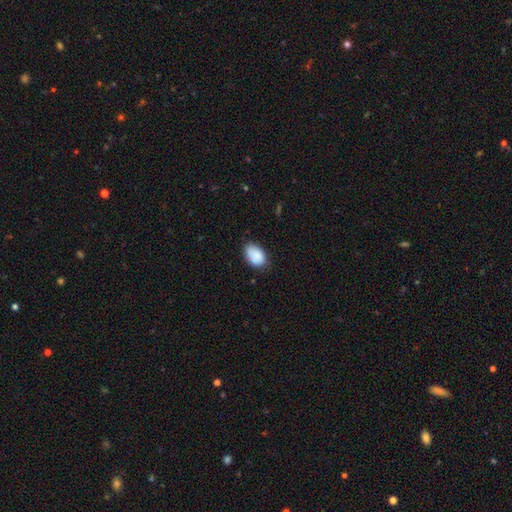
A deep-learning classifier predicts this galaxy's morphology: smooth_or_featured: smooth (p=0.87) [alt: star or artifact p=0.07]
how_rounded: in between (p=0.88) [alt: round p=0.11]
merging: none (p=0.68) [alt: minor disturbance p=0.26]